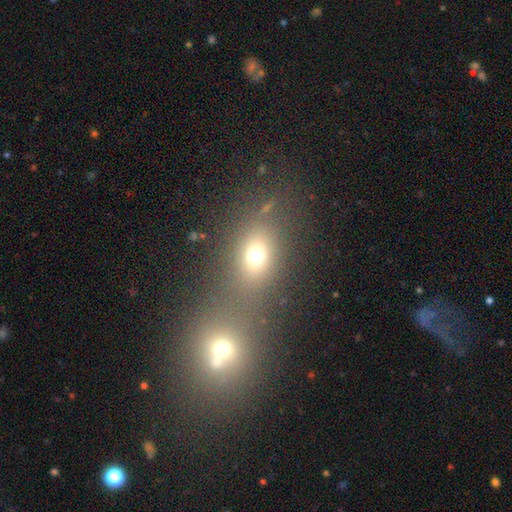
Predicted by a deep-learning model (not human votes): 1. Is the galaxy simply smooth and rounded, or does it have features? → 65% smooth, 21% star or artifact, 13% featured or disk.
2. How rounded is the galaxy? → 51% in between, 45% round, 4% cigar-shaped.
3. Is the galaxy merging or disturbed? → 63% none, 19% merger, 11% minor disturbance, 8% major disturbance.